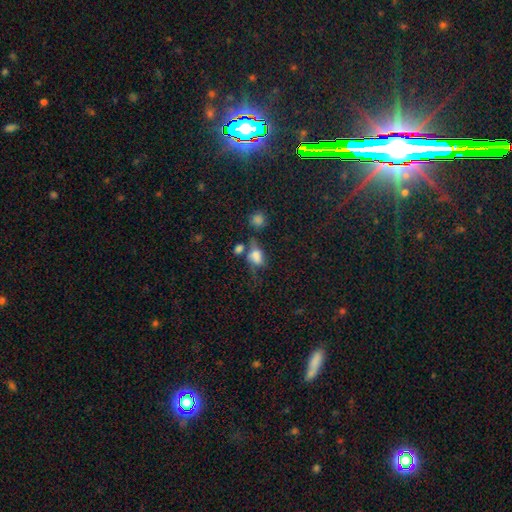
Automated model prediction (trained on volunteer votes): Q: Smooth or featured?
A: smooth (66%); runner-up: featured or disk (19%)
Q: How rounded?
A: in between (74%); runner-up: round (22%)
Q: Merging?
A: none (34%); runner-up: major disturbance (23%)